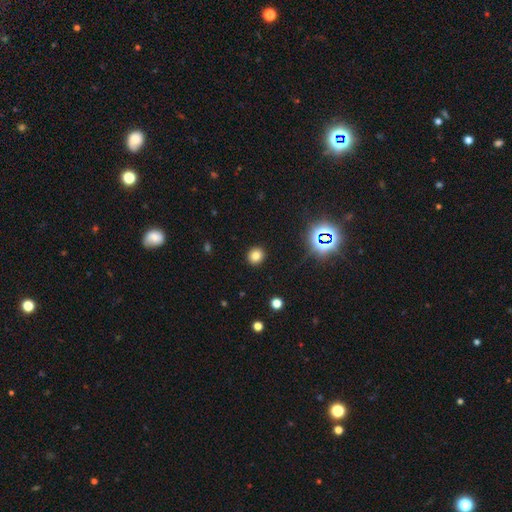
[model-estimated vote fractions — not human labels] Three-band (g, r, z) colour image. It shows a smooth galaxy with no disk features (78%) that is round (85%). Merging: none (92%).